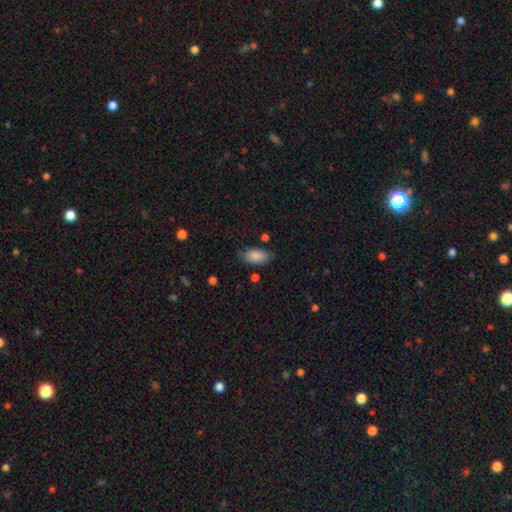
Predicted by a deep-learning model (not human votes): This appears to be a smooth galaxy with no disk features (86%) that is in between round and cigar-shaped (92%). Merging: none (72%).